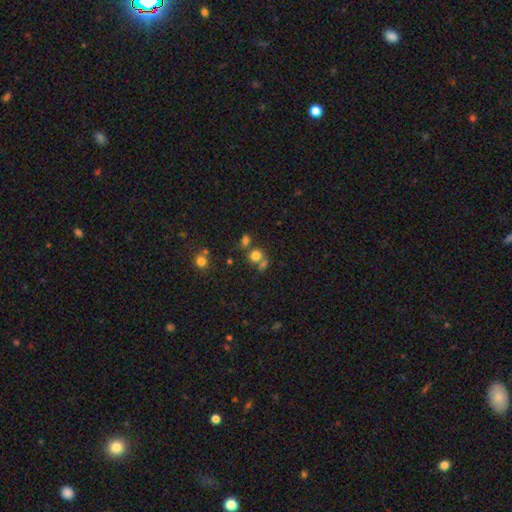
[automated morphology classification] Q: Smooth or featured?
A: smooth (75%); runner-up: star or artifact (16%)
Q: How rounded?
A: round (79%); runner-up: in between (20%)
Q: Merging?
A: none (53%); runner-up: merger (32%)